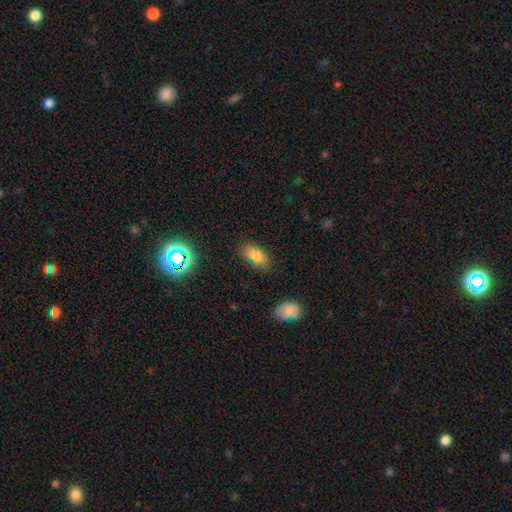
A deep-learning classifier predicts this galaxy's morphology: A smooth galaxy with no disk features (77%) that is in between round and cigar-shaped (89%).

Vote fractions:
- Smooth or featured? smooth: 77% / star or artifact: 13% / featured or disk: 10%
- How rounded? in between: 89% / round: 6% / cigar-shaped: 4%
- Merging? none: 79% / minor disturbance: 15% / major disturbance: 4% / merger: 3%